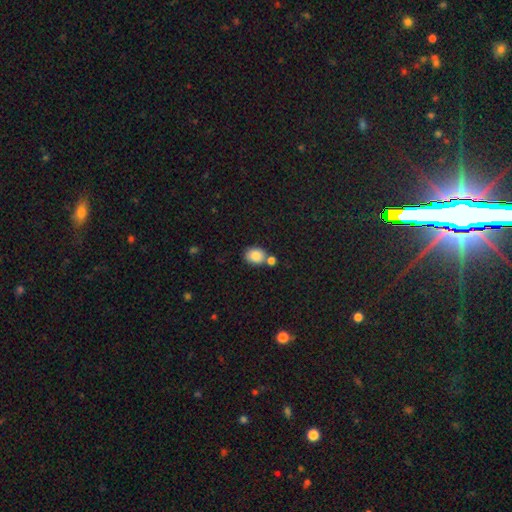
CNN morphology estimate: smooth 85%, star or artifact 9%, featured or disk 7%. Down the decision tree: how rounded — in between (53%); merging — none (60%).